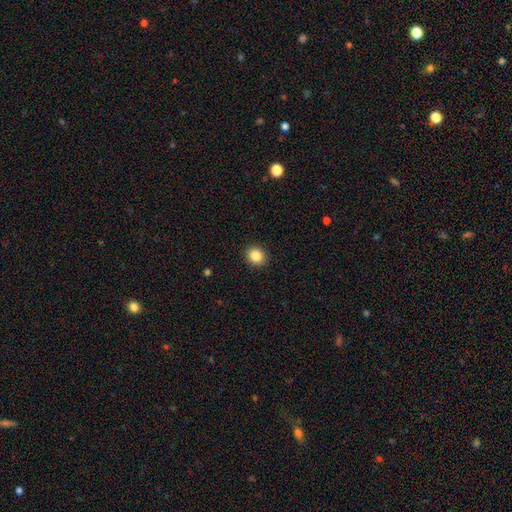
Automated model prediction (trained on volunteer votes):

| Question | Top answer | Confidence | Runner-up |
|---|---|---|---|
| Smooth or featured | smooth | 86% | star or artifact (10%) |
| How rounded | round | 70% | in between (29%) |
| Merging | none | 91% | minor disturbance (6%) |